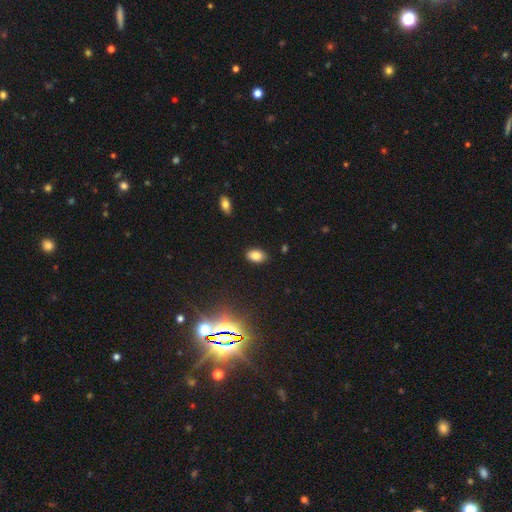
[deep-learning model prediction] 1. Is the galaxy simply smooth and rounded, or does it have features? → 82% smooth, 11% star or artifact, 6% featured or disk.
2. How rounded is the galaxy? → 89% in between, 10% round, 1% cigar-shaped.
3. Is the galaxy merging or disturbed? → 86% none, 11% minor disturbance, 2% major disturbance, 1% merger.